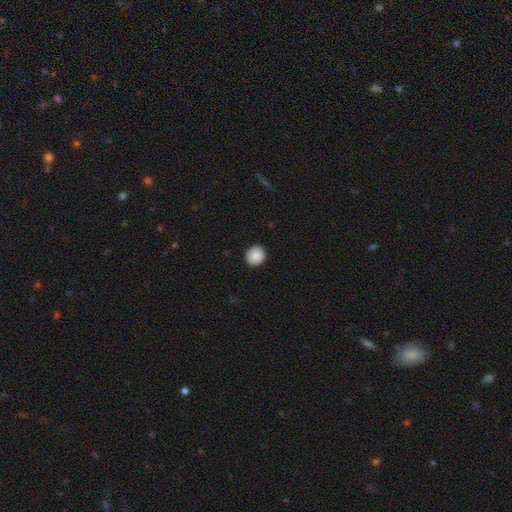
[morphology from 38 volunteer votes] A smooth galaxy with no disk features (89%) that is round (85%).

Vote fractions:
- Smooth or featured? smooth: 89% / star or artifact: 8% / featured or disk: 3%
- How rounded? round: 85% / in between: 15% / cigar-shaped: 0%
- Merging? none: 91% / minor disturbance: 6% / merger: 3% / major disturbance: 0%